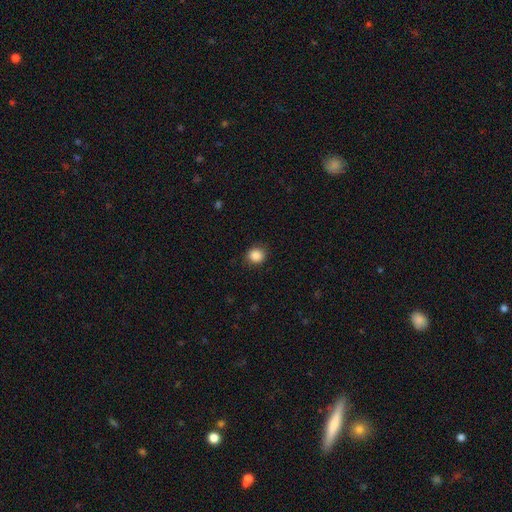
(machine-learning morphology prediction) This appears to be a smooth galaxy with no disk features (87%) that is round (85%). Merging: none (88%).